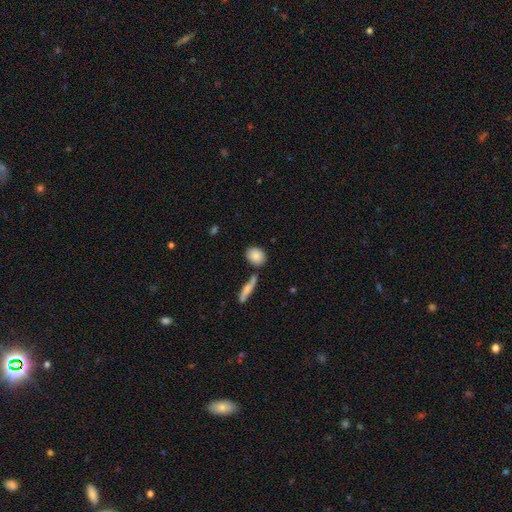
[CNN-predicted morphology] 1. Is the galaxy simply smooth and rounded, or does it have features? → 85% smooth, 8% featured or disk, 7% star or artifact.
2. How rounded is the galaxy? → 53% round, 43% in between, 4% cigar-shaped.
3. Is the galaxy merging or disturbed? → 73% none, 13% merger, 12% minor disturbance, 3% major disturbance.